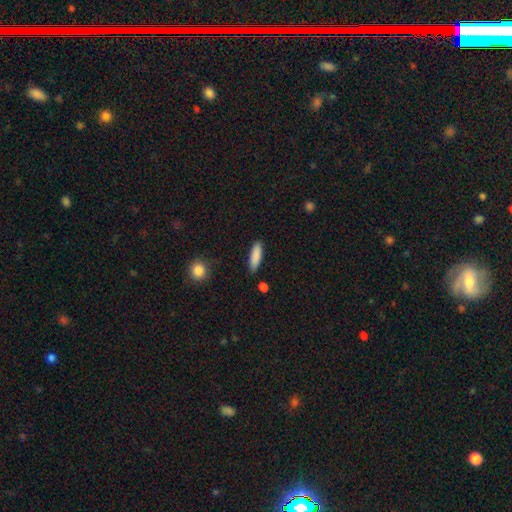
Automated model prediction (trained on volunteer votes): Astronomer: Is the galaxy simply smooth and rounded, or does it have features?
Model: smooth — 87%.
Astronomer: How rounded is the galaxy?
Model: cigar-shaped — 53% (runner-up: in between, 45%).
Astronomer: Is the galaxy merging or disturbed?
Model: none — 86%.